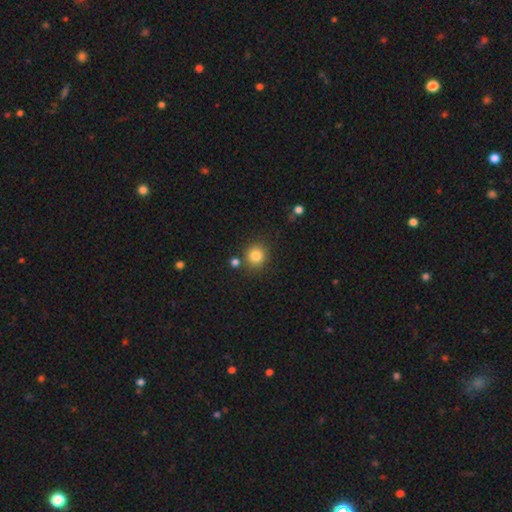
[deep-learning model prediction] Overall: smooth (83%). How rounded: round (90%). Merging: none (81%).